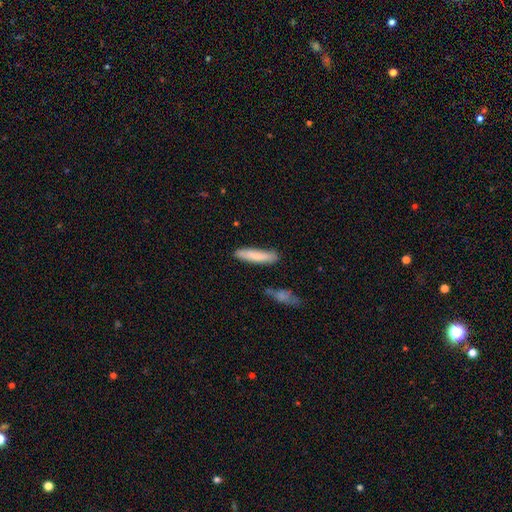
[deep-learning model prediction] This is likely a smooth galaxy (79%). How rounded: clearly cigar-shaped (83%). Merging: likely none (79%).